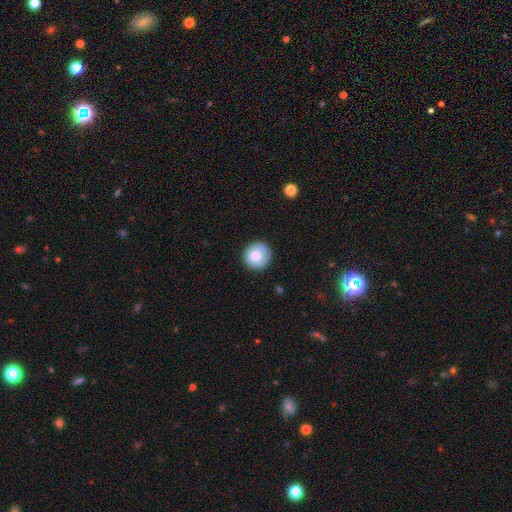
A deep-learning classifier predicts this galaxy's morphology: This is likely a smooth galaxy (79%). How rounded: clearly round (93%). Merging: clearly none (87%).